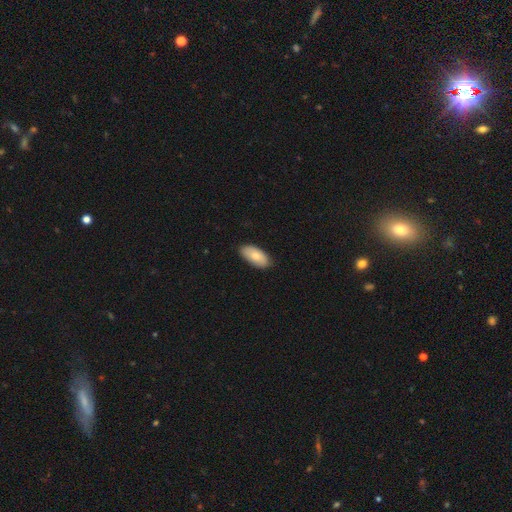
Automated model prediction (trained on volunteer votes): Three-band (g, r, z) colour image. It shows a smooth galaxy with no disk features (80%) that is in between round and cigar-shaped (94%). Merging: none (86%).